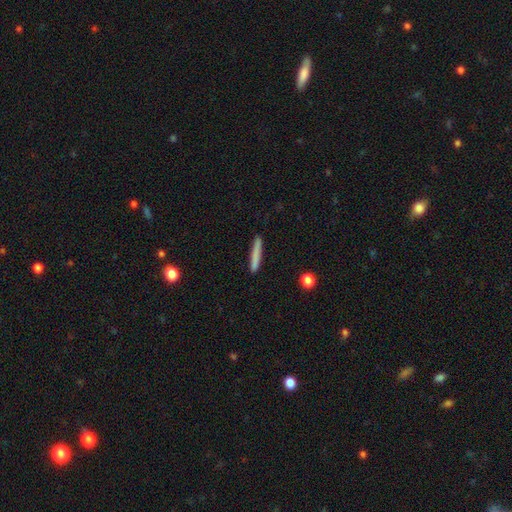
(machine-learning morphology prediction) Smooth or featured?
  - smooth: 79% *
  - featured or disk: 14%
  - star or artifact: 7%
How rounded?
  - cigar-shaped: 95% *
  - in between: 4%
  - round: 1%
Merging?
  - none: 90% *
  - minor disturbance: 7%
  - major disturbance: 2%
  - merger: 1%